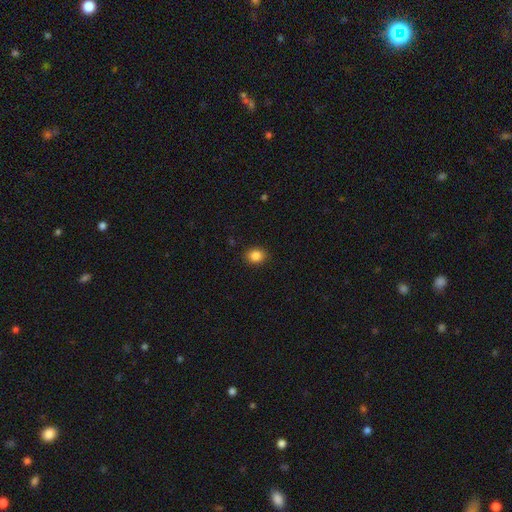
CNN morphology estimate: Overall: smooth (86%). How rounded: round (62%; in between 37%). Merging: none (90%).